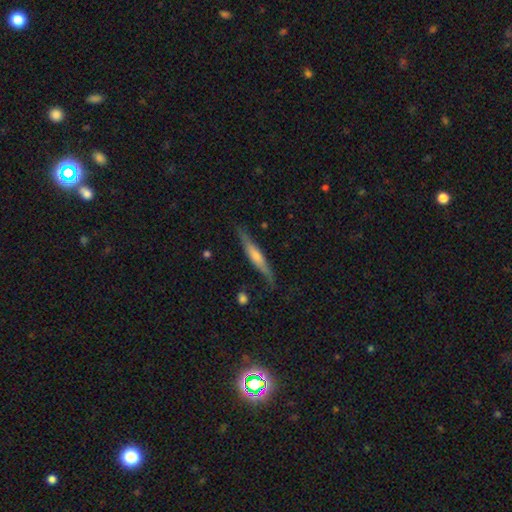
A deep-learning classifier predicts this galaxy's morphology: A featured or disk galaxy (56%) viewed edge-on (92%) with a rounded central bulge (61%).

Vote fractions:
- Smooth or featured? featured or disk: 56% / smooth: 39% / star or artifact: 6%
- Edge-on disk? yes: 92% / no: 8%
- Edge-on bulge? rounded: 61% / none: 25% / boxy: 13%
- Merging? none: 79% / minor disturbance: 16% / major disturbance: 3% / merger: 2%